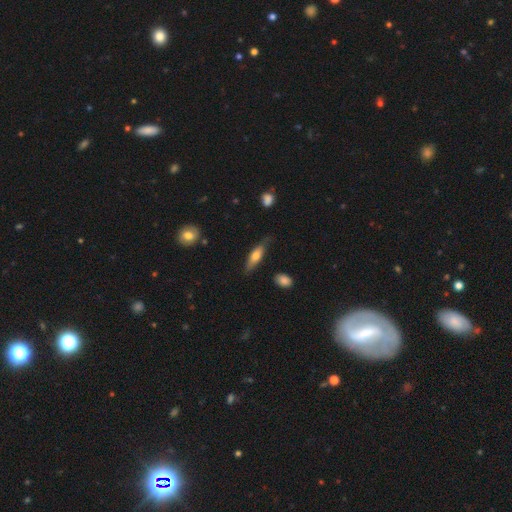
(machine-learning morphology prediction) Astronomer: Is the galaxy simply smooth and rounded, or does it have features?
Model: smooth — 60%.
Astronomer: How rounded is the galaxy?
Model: cigar-shaped — 53% (runner-up: in between, 45%).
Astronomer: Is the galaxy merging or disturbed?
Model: none — 70%.